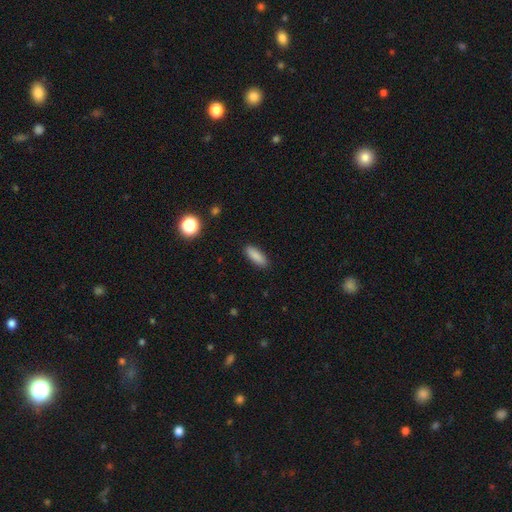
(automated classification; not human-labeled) Smooth or featured? smooth (87%)
How rounded? in between (64%)
Merging? none (90%)